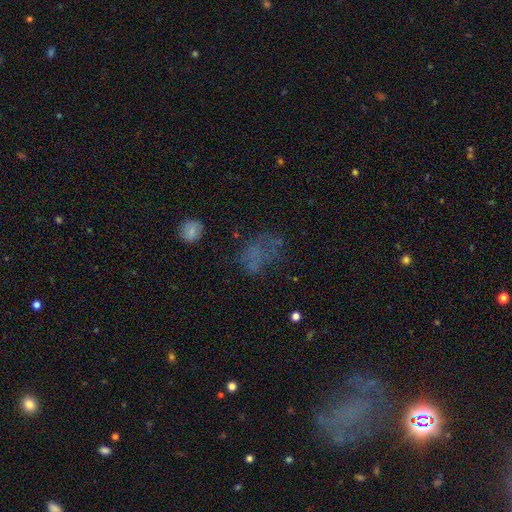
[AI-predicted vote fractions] Q: Smooth or featured?
A: smooth (45%); runner-up: featured or disk (28%)
Q: Merging?
A: none (43%); runner-up: major disturbance (31%)